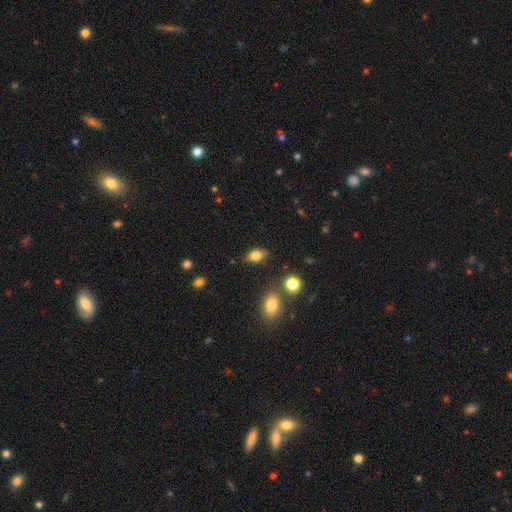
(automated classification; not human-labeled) This is likely a smooth galaxy (77%). How rounded: clearly in between (82%). Merging: clearly none (80%).